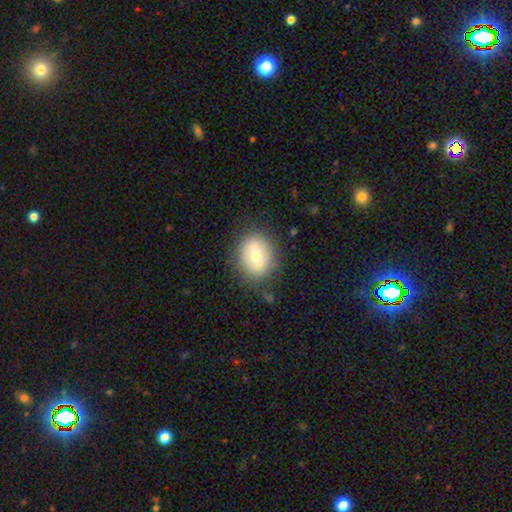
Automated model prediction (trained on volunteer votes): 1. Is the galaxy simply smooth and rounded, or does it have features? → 66% smooth, 25% featured or disk, 9% star or artifact.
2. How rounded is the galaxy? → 60% round, 39% in between, 1% cigar-shaped.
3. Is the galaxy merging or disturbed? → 79% none, 14% minor disturbance, 5% major disturbance, 2% merger.